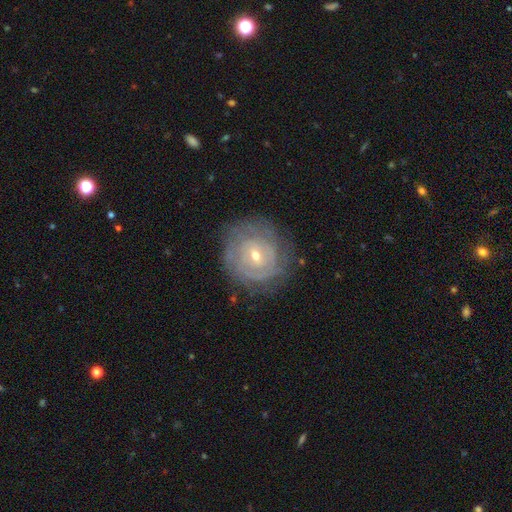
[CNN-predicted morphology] featured or disk 74%, smooth 19%, star or artifact 7%. Down the decision tree: edge-on disk — no (97%); bar — no (54%); spiral arms — yes (80%); spiral arm count — can't tell (54%); spiral winding — tight (78%); bulge size — small (55%); merging — none (74%).